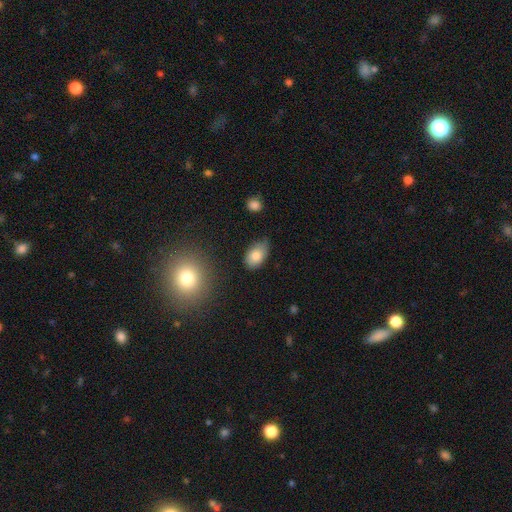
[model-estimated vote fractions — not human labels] This appears to be a smooth galaxy with no disk features (80%) that is in between round and cigar-shaped (88%). Merging: none (63%).